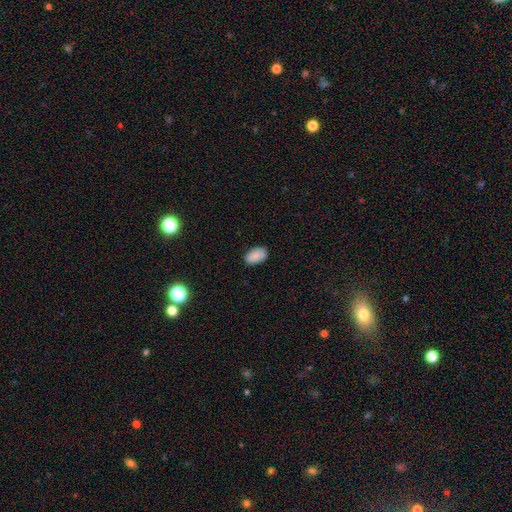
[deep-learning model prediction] Q: Smooth or featured?
A: smooth (87%); runner-up: star or artifact (8%)
Q: How rounded?
A: in between (92%); runner-up: round (7%)
Q: Merging?
A: none (84%); runner-up: minor disturbance (12%)